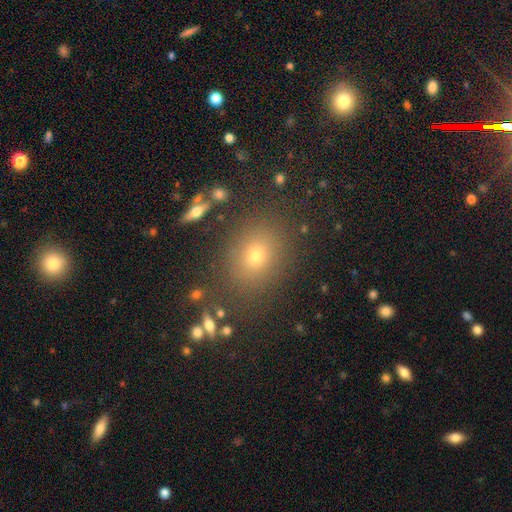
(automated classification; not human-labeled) A smooth galaxy with no disk features (70%) that is round (50%).

Vote fractions:
- Smooth or featured? smooth: 70% / star or artifact: 19% / featured or disk: 12%
- How rounded? round: 50% / in between: 48% / cigar-shaped: 2%
- Merging? none: 83% / minor disturbance: 10% / major disturbance: 4% / merger: 3%